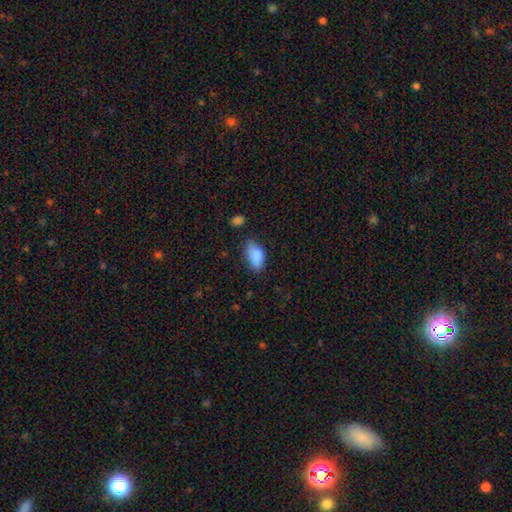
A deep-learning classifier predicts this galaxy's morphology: A smooth galaxy with no disk features (85%) that is in between round and cigar-shaped (92%).

Vote fractions:
- Smooth or featured? smooth: 85% / star or artifact: 8% / featured or disk: 7%
- How rounded? in between: 92% / round: 4% / cigar-shaped: 4%
- Merging? none: 63% / minor disturbance: 27% / major disturbance: 7% / merger: 3%